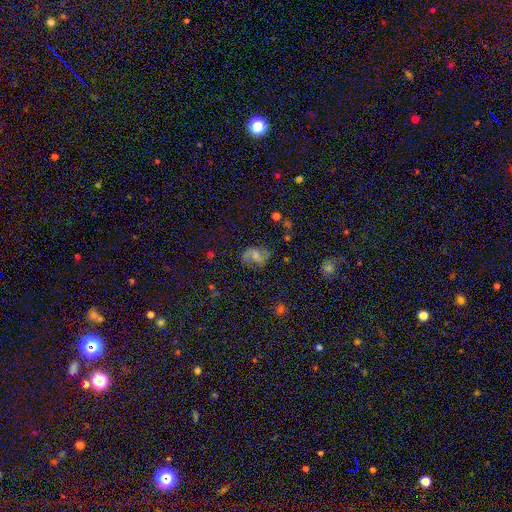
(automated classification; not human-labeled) The model was most divided on "smooth or featured": smooth: 44%, featured or disk: 42%, star or artifact: 14%. More confident: merging — none (63%).